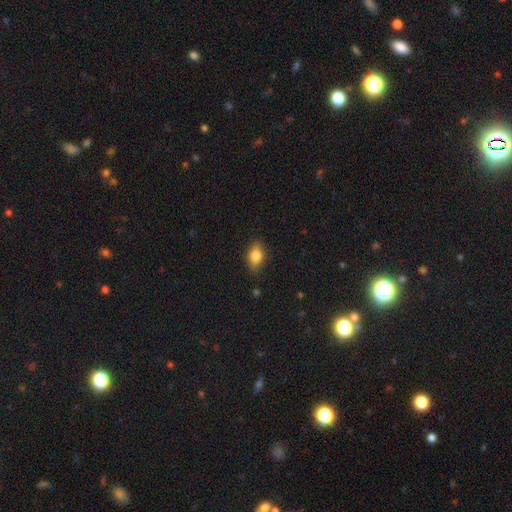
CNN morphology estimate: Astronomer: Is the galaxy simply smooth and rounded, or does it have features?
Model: smooth — 82%.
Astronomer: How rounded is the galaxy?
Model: in between — 83%.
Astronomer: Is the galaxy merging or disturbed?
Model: none — 83%.